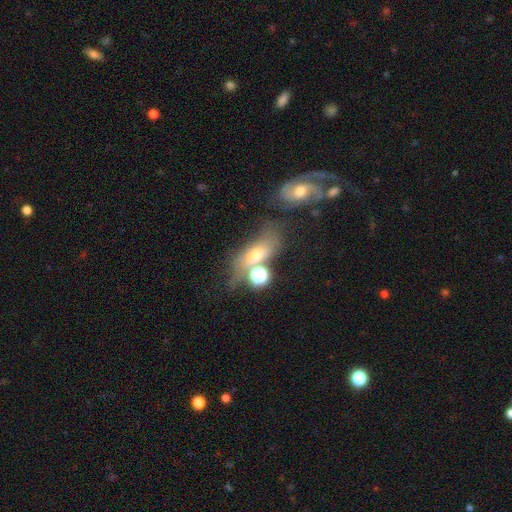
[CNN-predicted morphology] type=smooth (56%); roundness=in between (69%); merging=none (33%).